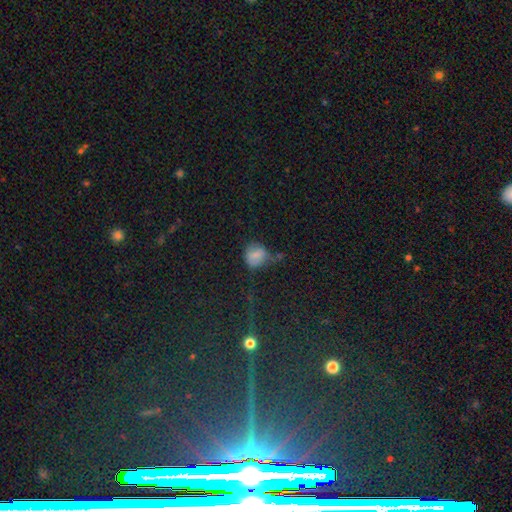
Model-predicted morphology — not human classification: Smooth or featured?
  - smooth: 73% *
  - star or artifact: 15%
  - featured or disk: 13%
How rounded?
  - round: 72% *
  - in between: 26%
  - cigar-shaped: 1%
Merging?
  - none: 43% *
  - minor disturbance: 31%
  - major disturbance: 17%
  - merger: 9%